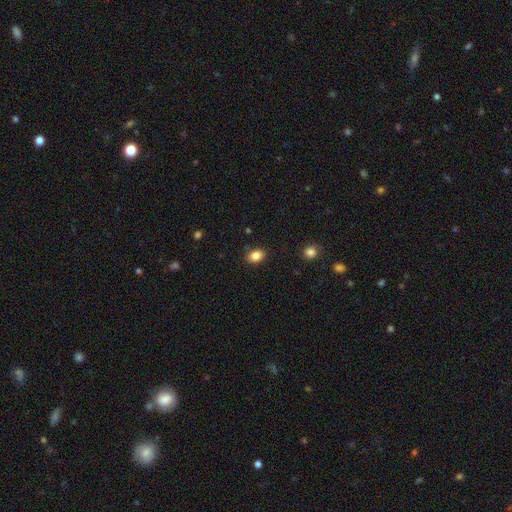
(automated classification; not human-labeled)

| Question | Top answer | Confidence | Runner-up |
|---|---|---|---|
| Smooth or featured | smooth | 85% | star or artifact (9%) |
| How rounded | in between | 76% | round (23%) |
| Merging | none | 85% | minor disturbance (11%) |